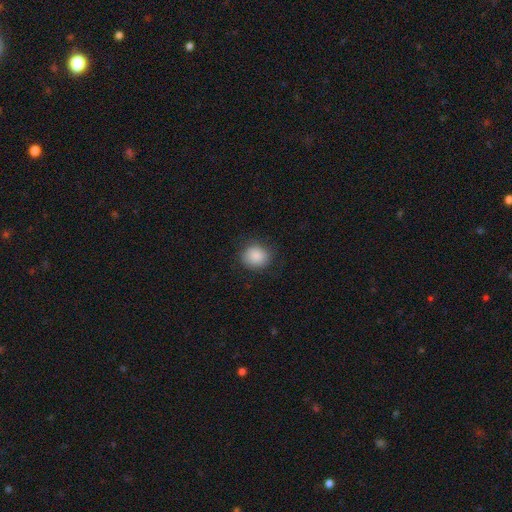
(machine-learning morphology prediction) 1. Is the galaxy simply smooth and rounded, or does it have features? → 87% smooth, 8% star or artifact, 5% featured or disk.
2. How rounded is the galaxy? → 79% round, 20% in between, 1% cigar-shaped.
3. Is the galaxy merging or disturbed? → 82% none, 13% minor disturbance, 4% major disturbance, 1% merger.